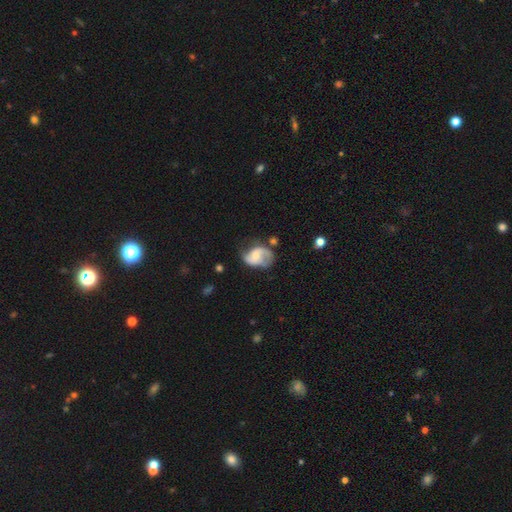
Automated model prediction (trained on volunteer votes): featured or disk 70%, smooth 24%, star or artifact 6%. Down the decision tree: edge-on disk — no (97%); bar — no (54%); spiral arms — yes (89%); spiral arm count — 2 (78%); spiral winding — medium (43%); bulge size — moderate (46%); merging — none (50%).